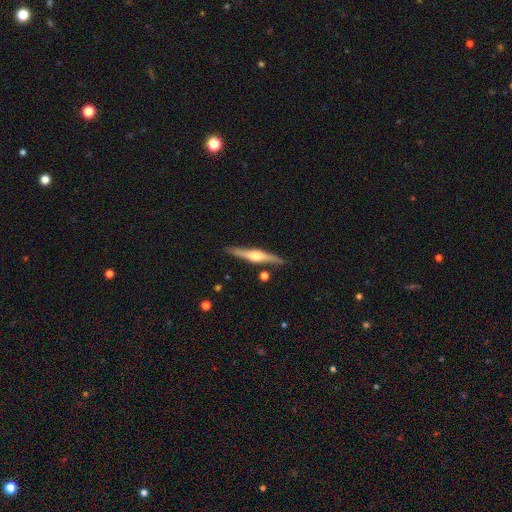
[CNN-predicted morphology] featured or disk 71%, smooth 24%, star or artifact 5%. Down the decision tree: edge-on disk — yes (97%); edge-on bulge — rounded (90%); merging — none (86%).